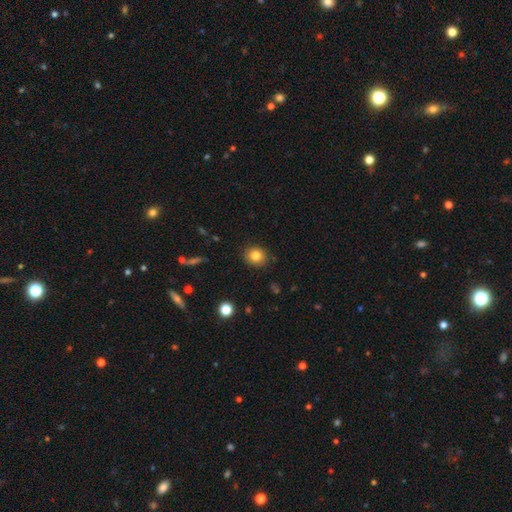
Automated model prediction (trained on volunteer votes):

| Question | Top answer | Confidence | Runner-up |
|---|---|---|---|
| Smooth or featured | smooth | 82% | star or artifact (11%) |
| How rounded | round | 77% | in between (22%) |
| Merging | none | 89% | minor disturbance (8%) |